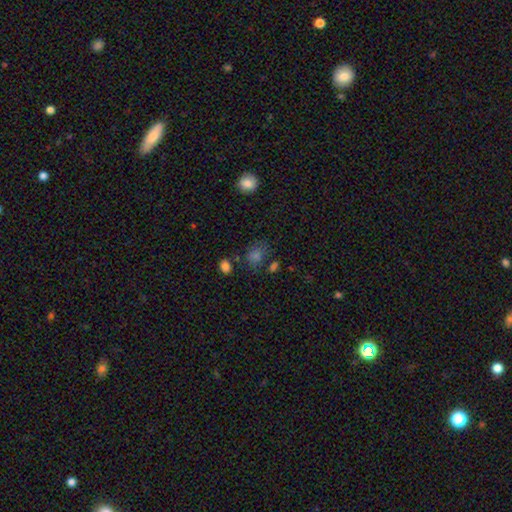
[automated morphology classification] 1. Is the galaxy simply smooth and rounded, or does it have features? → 68% smooth, 24% star or artifact, 9% featured or disk.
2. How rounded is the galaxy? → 60% round, 39% in between, 1% cigar-shaped.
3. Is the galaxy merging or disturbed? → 68% none, 17% minor disturbance, 9% merger, 7% major disturbance.